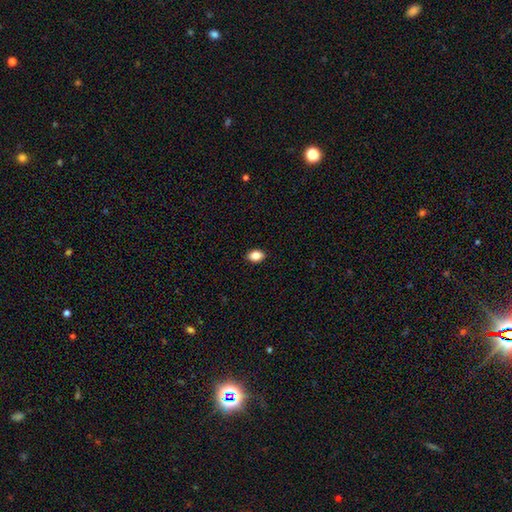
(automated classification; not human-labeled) The model was most divided on "how rounded": in between: 82%, round: 16%, cigar-shaped: 1%. More confident: merging — none (90%); smooth or featured — smooth (87%).